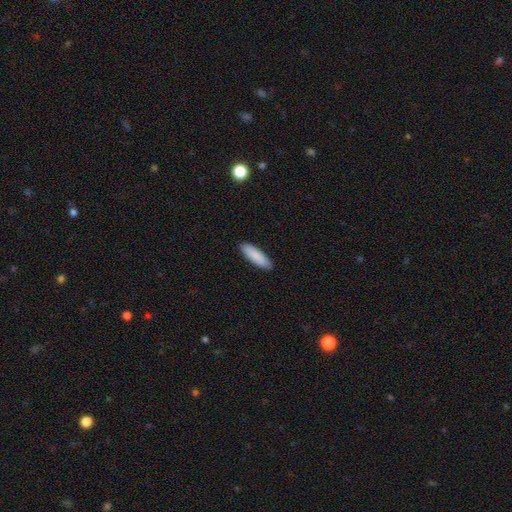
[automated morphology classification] Smooth or featured? Predicted: smooth (p=0.88). How rounded? Predicted: cigar-shaped (p=0.51). Merging? Predicted: none (p=0.90).